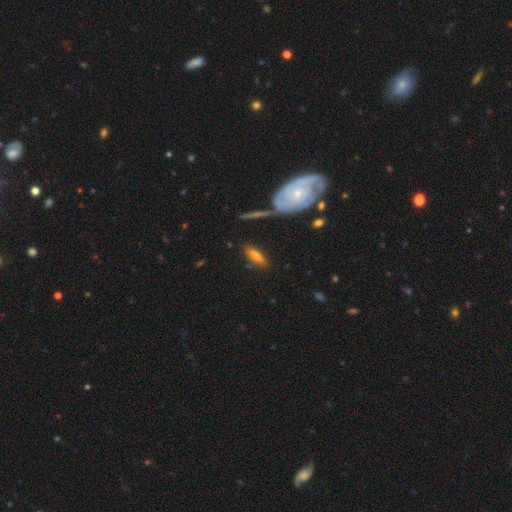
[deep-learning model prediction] Overall: smooth (61%; featured or disk 30%). How rounded: in between (51%; cigar-shaped 45%). Merging: none (74%).